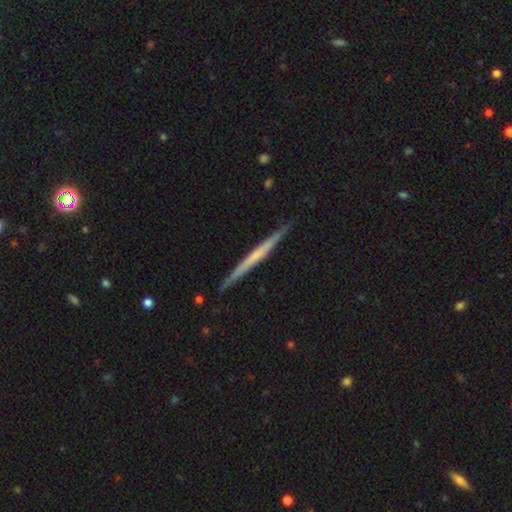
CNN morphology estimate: Overall: featured or disk (58%; smooth 37%). Edge-on disk: yes (98%). Edge-on bulge: none (80%). Merging: none (90%).